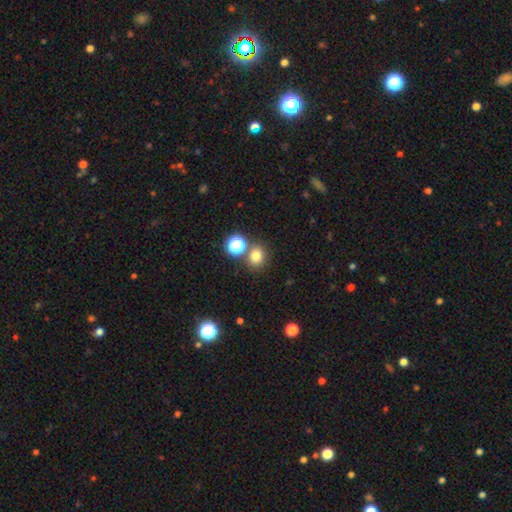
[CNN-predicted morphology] This is likely a smooth galaxy (76%). How rounded: likely round (71%). Merging: likely none (72%).